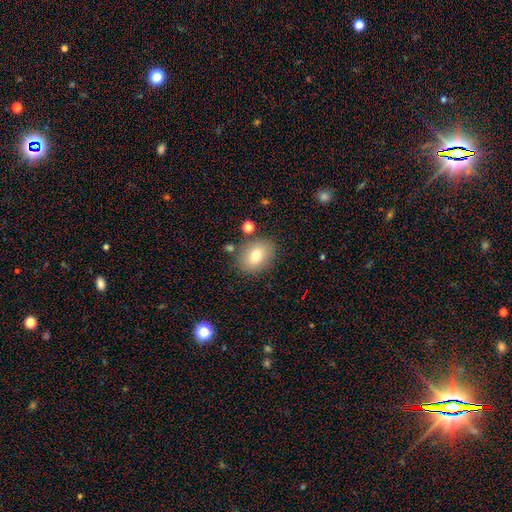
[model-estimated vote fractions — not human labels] Smooth or featured? smooth (75%)
How rounded? in between (59%)
Merging? none (81%)